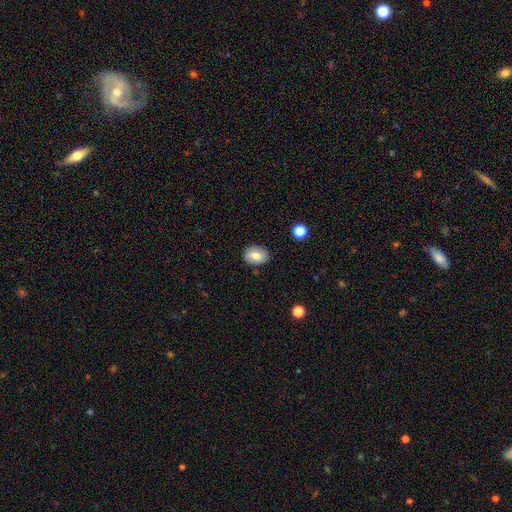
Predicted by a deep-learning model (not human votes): Smooth or featured? smooth (72%)
How rounded? in between (70%)
Merging? none (85%)